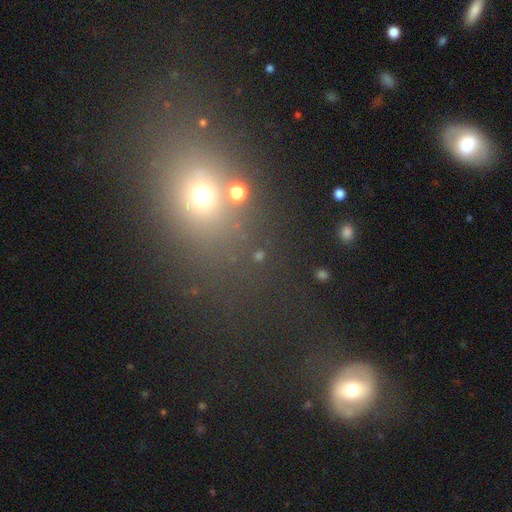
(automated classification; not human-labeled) This appears to be a smooth galaxy with no disk features (57%) that is round (52%). Merging: none (69%).